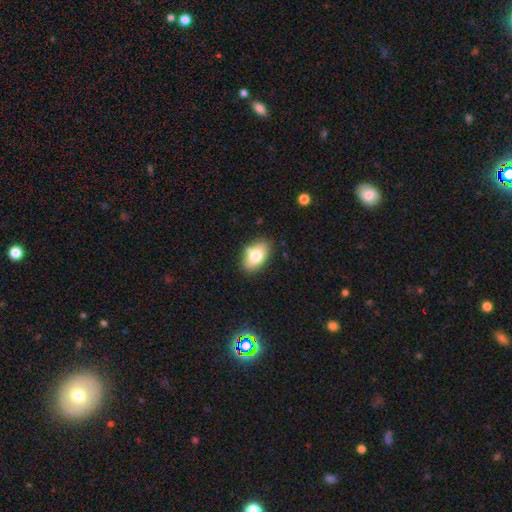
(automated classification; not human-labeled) This is likely a smooth galaxy (75%). How rounded: clearly in between (89%). Merging: likely none (78%).